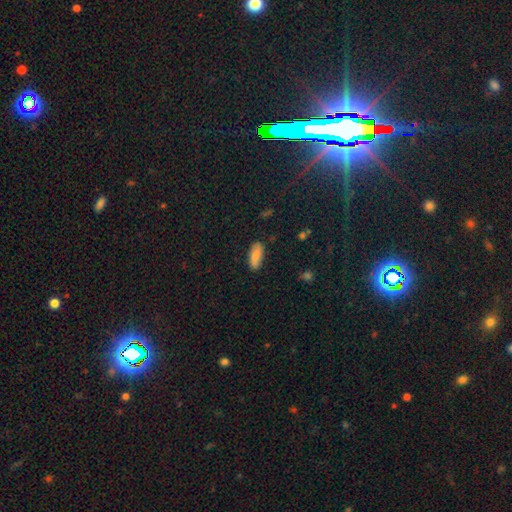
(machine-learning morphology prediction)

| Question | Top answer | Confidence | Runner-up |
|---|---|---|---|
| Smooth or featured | smooth | 78% | featured or disk (15%) |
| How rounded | in between | 81% | cigar-shaped (17%) |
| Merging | none | 84% | minor disturbance (13%) |